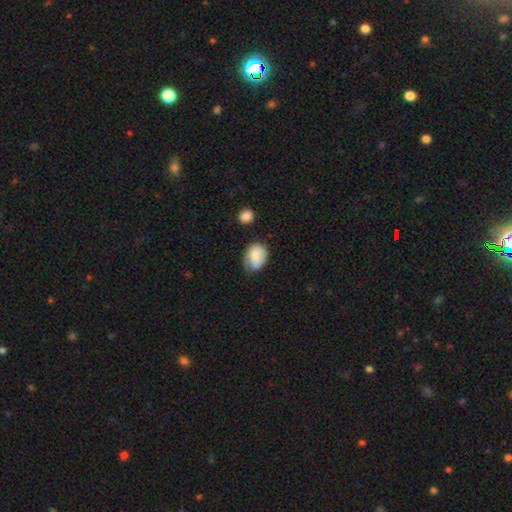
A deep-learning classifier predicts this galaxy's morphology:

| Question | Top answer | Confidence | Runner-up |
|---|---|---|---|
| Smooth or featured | smooth | 80% | featured or disk (12%) |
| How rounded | in between | 67% | round (32%) |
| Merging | none | 46% | minor disturbance (40%) |